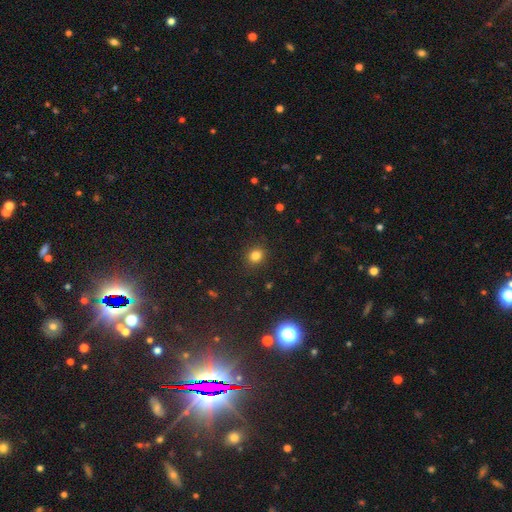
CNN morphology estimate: A smooth galaxy with no disk features (81%) that is round (74%).

Vote fractions:
- Smooth or featured? smooth: 81% / star or artifact: 14% / featured or disk: 5%
- How rounded? round: 74% / in between: 25% / cigar-shaped: 1%
- Merging? none: 88% / minor disturbance: 8% / major disturbance: 3% / merger: 1%